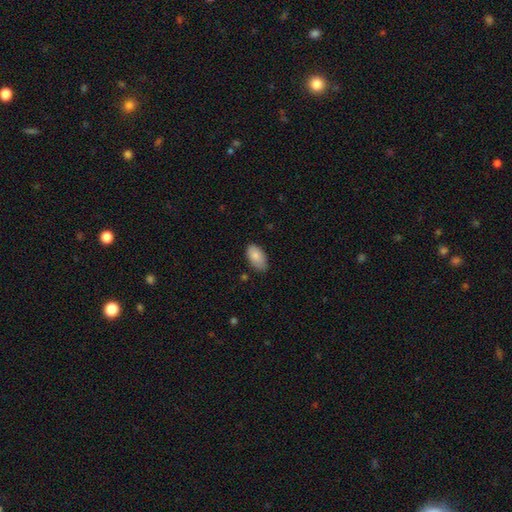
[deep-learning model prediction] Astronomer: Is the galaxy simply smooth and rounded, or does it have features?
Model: smooth — 84%.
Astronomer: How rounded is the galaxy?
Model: in between — 95%.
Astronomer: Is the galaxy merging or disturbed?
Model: none — 74%.